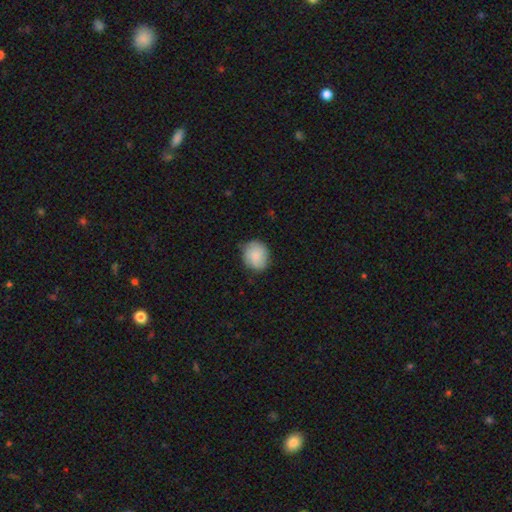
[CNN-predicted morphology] A smooth galaxy with no disk features (82%) that is round (70%).

Vote fractions:
- Smooth or featured? smooth: 82% / featured or disk: 12% / star or artifact: 6%
- How rounded? round: 70% / in between: 29% / cigar-shaped: 1%
- Merging? none: 79% / minor disturbance: 17% / major disturbance: 3% / merger: 1%